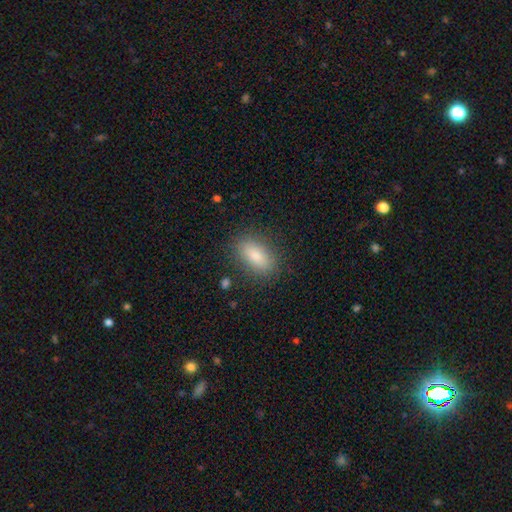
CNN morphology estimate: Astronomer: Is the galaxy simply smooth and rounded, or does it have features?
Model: smooth — 84%.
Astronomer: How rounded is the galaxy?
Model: in between — 86%.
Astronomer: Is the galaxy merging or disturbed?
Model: none — 85%.